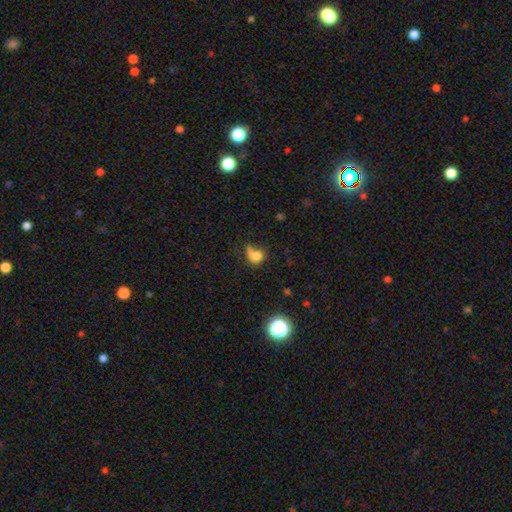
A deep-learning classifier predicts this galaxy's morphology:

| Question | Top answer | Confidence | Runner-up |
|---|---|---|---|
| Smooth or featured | smooth | 70% | featured or disk (15%) |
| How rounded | round | 64% | in between (33%) |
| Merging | none | 33% | major disturbance (26%) |